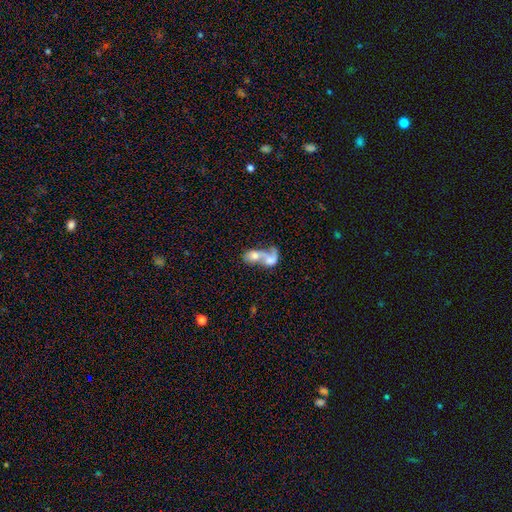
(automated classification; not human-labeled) A smooth galaxy with no disk features (51%) that is in between round and cigar-shaped (70%).

Vote fractions:
- Smooth or featured? smooth: 51% / featured or disk: 40% / star or artifact: 10%
- How rounded? in between: 70% / round: 25% / cigar-shaped: 5%
- Merging? merger: 78% / none: 10% / major disturbance: 9% / minor disturbance: 4%